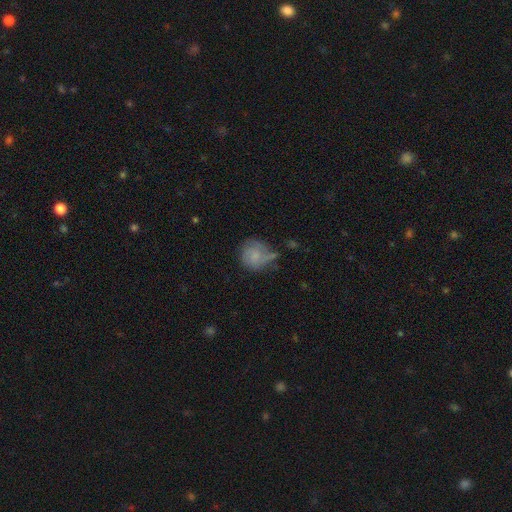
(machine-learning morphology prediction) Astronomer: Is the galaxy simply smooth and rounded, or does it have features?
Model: smooth — 64%.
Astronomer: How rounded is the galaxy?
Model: round — 80%.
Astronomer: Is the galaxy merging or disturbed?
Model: none — 45% (runner-up: minor disturbance, 30%).